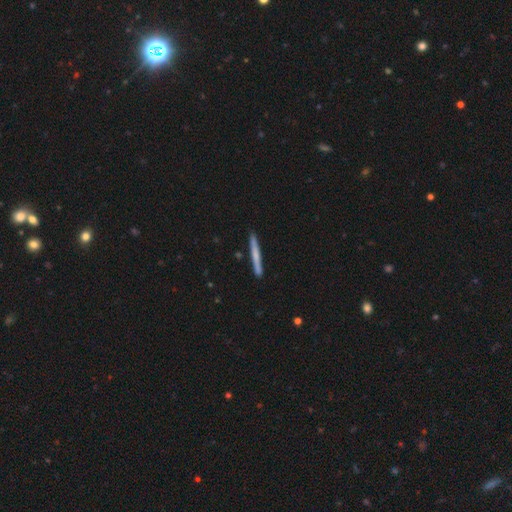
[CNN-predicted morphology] The model was most divided on "smooth or featured": smooth: 59%, featured or disk: 36%, star or artifact: 6%. More confident: how rounded — cigar-shaped (97%); merging — none (90%).